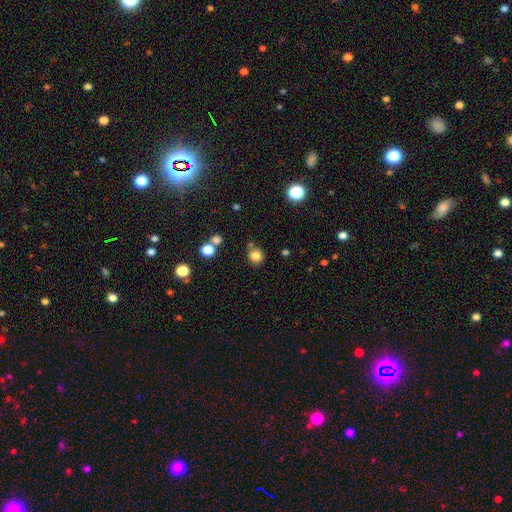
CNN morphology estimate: This appears to be a smooth galaxy with no disk features (81%) that is round (88%). Merging: none (76%).